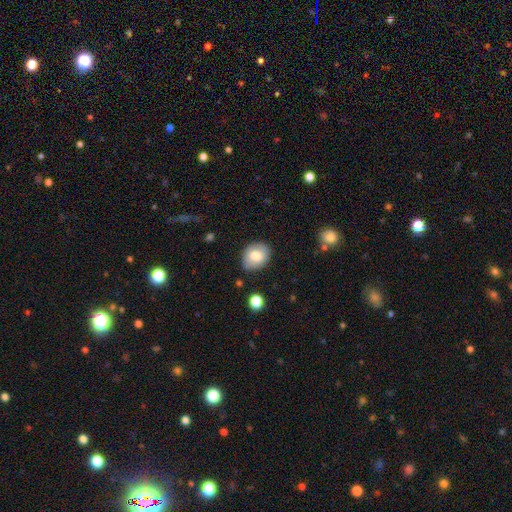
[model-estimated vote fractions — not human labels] A smooth galaxy with no disk features (77%) that is in between round and cigar-shaped (55%).

Vote fractions:
- Smooth or featured? smooth: 77% / featured or disk: 16% / star or artifact: 8%
- How rounded? in between: 55% / round: 44% / cigar-shaped: 1%
- Merging? none: 76% / minor disturbance: 19% / major disturbance: 4% / merger: 2%